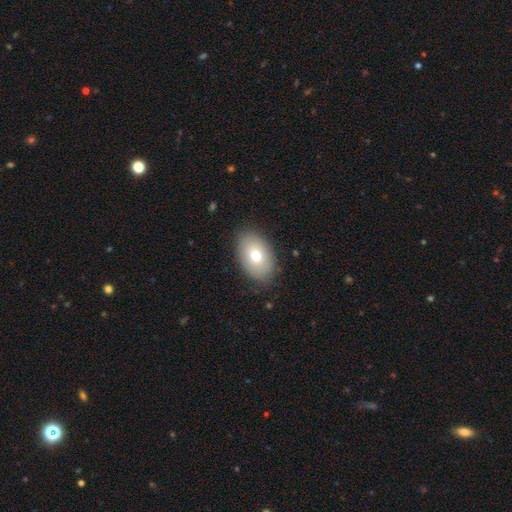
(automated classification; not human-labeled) smooth_or_featured: smooth (p=0.73) [alt: featured or disk p=0.18]
how_rounded: in between (p=0.88) [alt: round p=0.11]
merging: none (p=0.85) [alt: minor disturbance p=0.11]